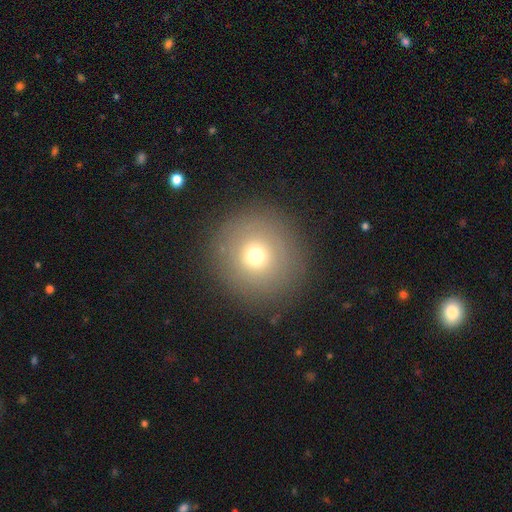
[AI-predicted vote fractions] Smooth or featured? smooth (68%)
How rounded? round (94%)
Merging? none (87%)